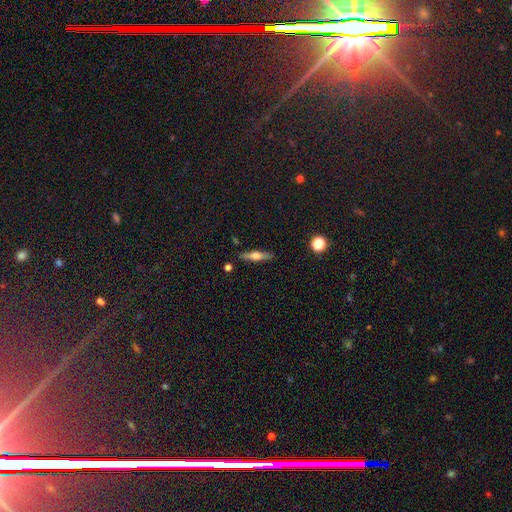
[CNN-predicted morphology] featured or disk 59%, smooth 34%, star or artifact 7%. Down the decision tree: edge-on disk — yes (96%); edge-on bulge — rounded (88%); merging — none (88%).